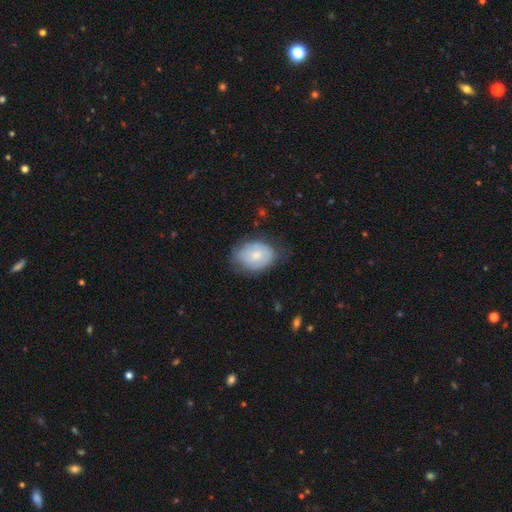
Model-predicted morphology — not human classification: smooth-or-featured: smooth: 62% | featured or disk: 31% | star or artifact: 7%
  how-rounded: in between: 73% | round: 27% | cigar-shaped: 1%
  merging: none: 65% | minor disturbance: 27% | major disturbance: 7% | merger: 1%